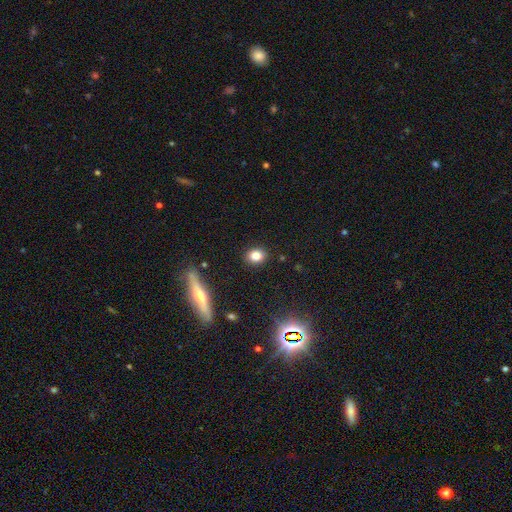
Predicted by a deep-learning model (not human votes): Smooth or featured? Predicted: smooth (p=0.80). How rounded? Predicted: round (p=0.55). Merging? Predicted: none (p=0.89).